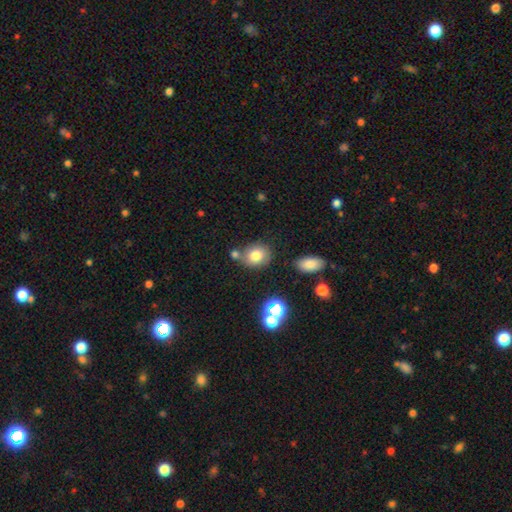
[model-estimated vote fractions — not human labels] Overall: smooth (77%). How rounded: round (61%; in between 38%). Merging: none (64%).